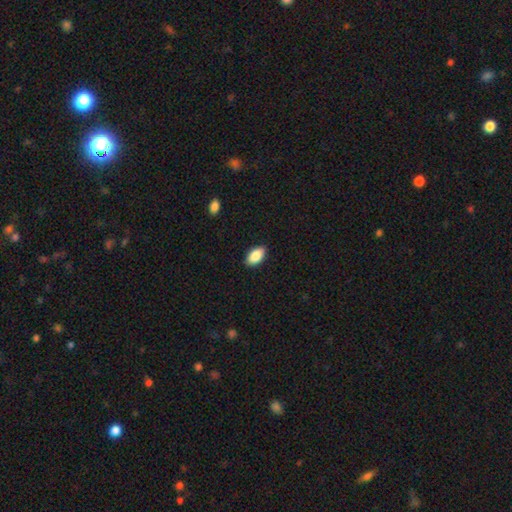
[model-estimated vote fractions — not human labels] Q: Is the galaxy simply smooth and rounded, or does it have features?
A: smooth — 86%.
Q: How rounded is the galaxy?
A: in between — 93%.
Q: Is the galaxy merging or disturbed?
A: none — 88%.